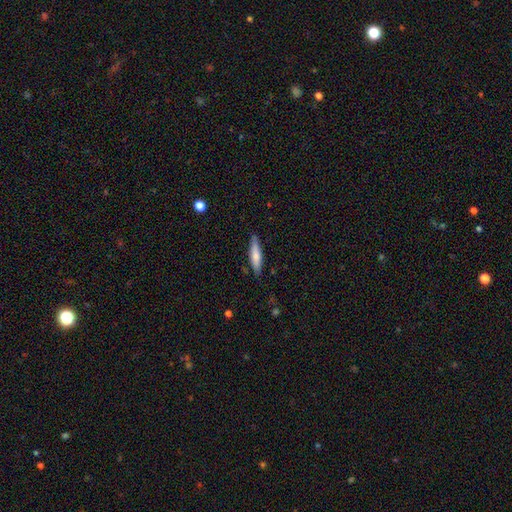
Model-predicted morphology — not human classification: The model was most divided on "smooth or featured": smooth: 68%, featured or disk: 26%, star or artifact: 6%. More confident: merging — none (84%); how rounded — cigar-shaped (79%).